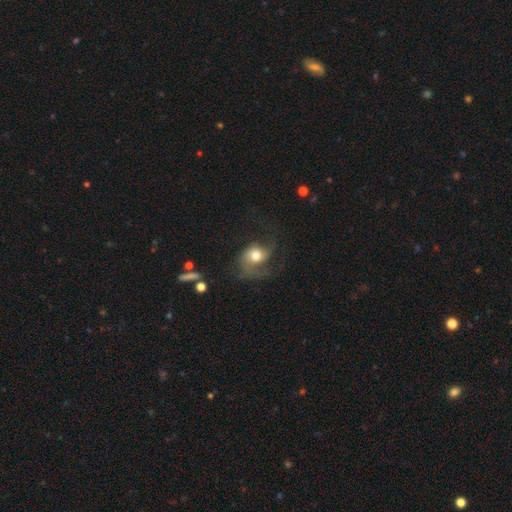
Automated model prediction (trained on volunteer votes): Morphology: type=smooth (46%); merging=major disturbance (41%).